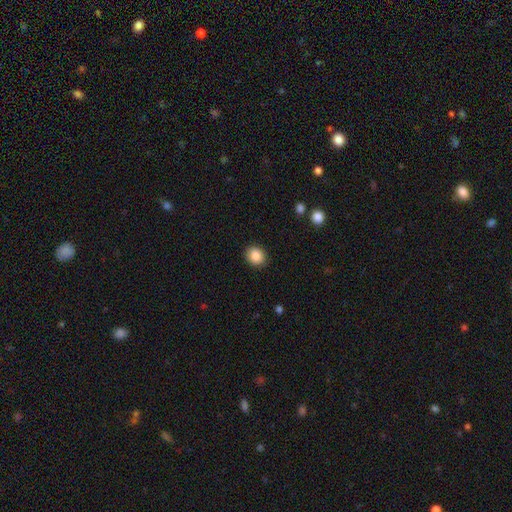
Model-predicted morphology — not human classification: Q: Smooth or featured?
A: smooth (87%); runner-up: star or artifact (8%)
Q: How rounded?
A: round (68%); runner-up: in between (31%)
Q: Merging?
A: none (89%); runner-up: minor disturbance (8%)